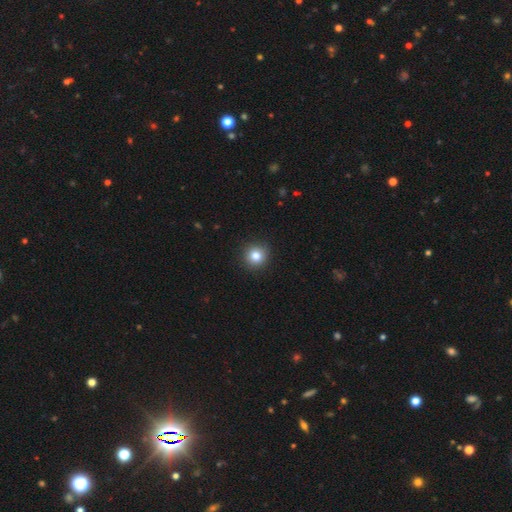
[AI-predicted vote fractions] Smooth or featured?
  - smooth: 83% *
  - star or artifact: 11%
  - featured or disk: 6%
How rounded?
  - round: 93% *
  - in between: 6%
  - cigar-shaped: 1%
Merging?
  - none: 90% *
  - minor disturbance: 7%
  - major disturbance: 2%
  - merger: 1%